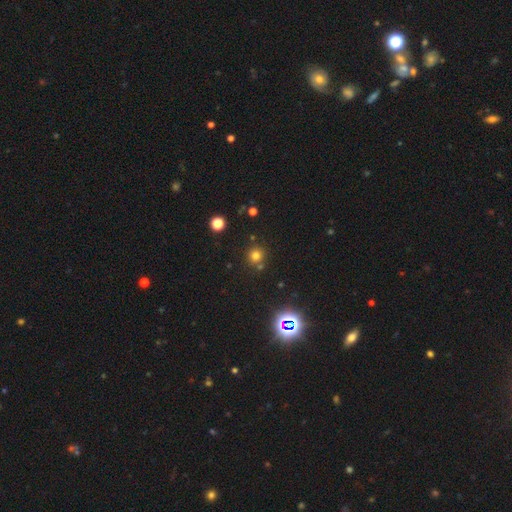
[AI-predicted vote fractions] smooth_or_featured: smooth (p=0.71) [alt: star or artifact p=0.22]
how_rounded: round (p=0.93) [alt: in between p=0.06]
merging: none (p=0.77) [alt: merger p=0.13]